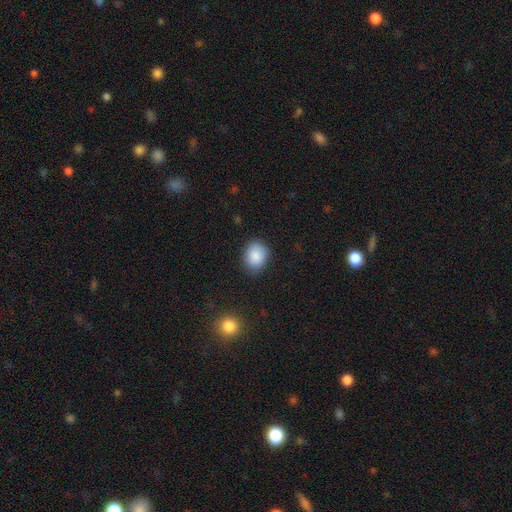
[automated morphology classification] Smooth or featured? smooth (88%)
How rounded? round (55%)
Merging? none (85%)